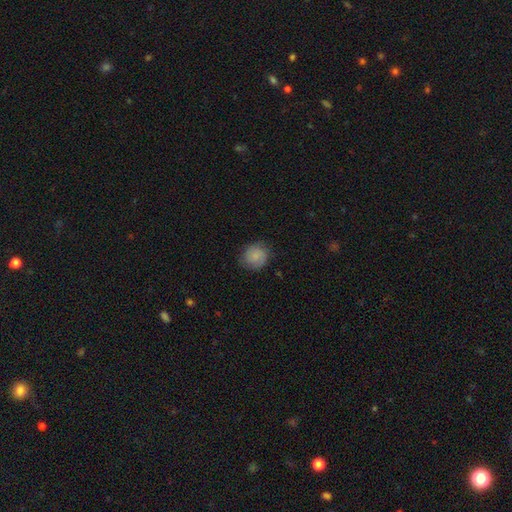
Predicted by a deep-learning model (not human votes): This appears to be a smooth galaxy with no disk features (77%) that is round (83%). Merging: none (78%).